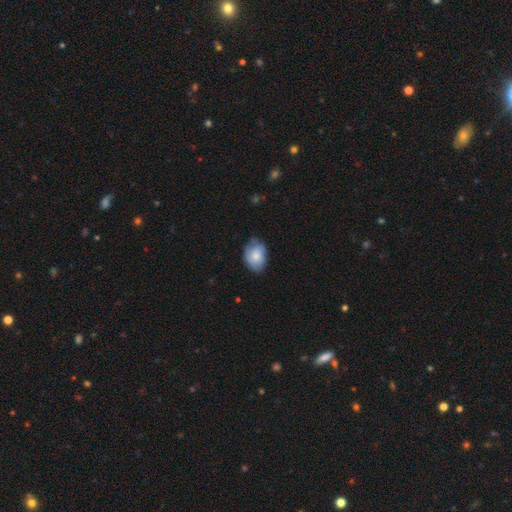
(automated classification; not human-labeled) Q: Smooth or featured?
A: smooth (79%); runner-up: featured or disk (14%)
Q: How rounded?
A: in between (76%); runner-up: round (23%)
Q: Merging?
A: none (68%); runner-up: minor disturbance (26%)